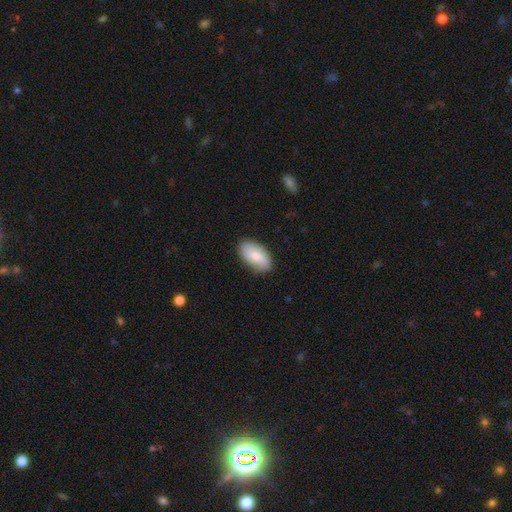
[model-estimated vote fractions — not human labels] Q: Smooth or featured?
A: smooth (81%); runner-up: featured or disk (13%)
Q: How rounded?
A: in between (95%); runner-up: round (3%)
Q: Merging?
A: none (83%); runner-up: minor disturbance (13%)